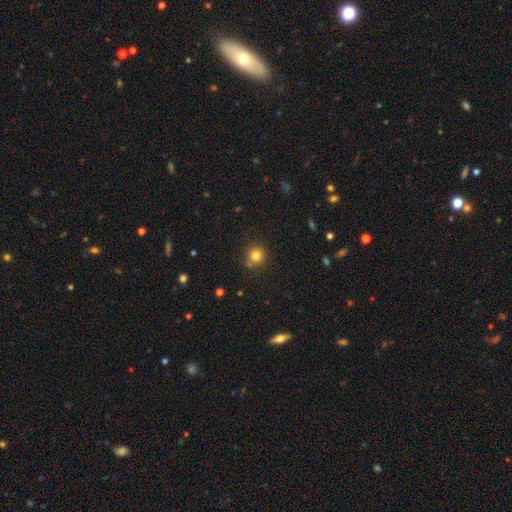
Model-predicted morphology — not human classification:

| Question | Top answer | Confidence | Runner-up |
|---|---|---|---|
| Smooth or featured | smooth | 82% | star or artifact (12%) |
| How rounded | round | 91% | in between (8%) |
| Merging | none | 77% | minor disturbance (11%) |